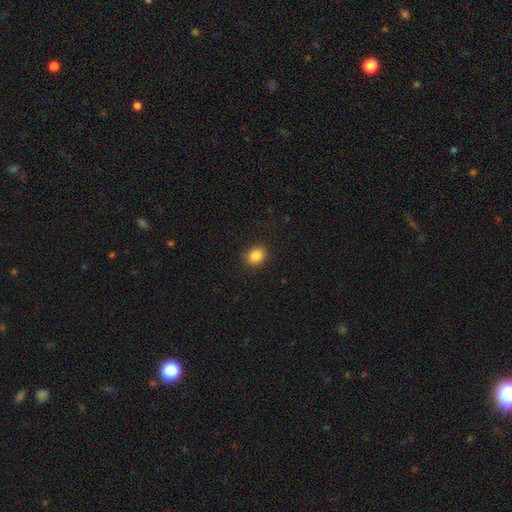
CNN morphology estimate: smooth_or_featured: smooth (p=0.87) [alt: star or artifact p=0.09]
how_rounded: in between (p=0.50) [alt: round p=0.49]
merging: none (p=0.87) [alt: minor disturbance p=0.09]